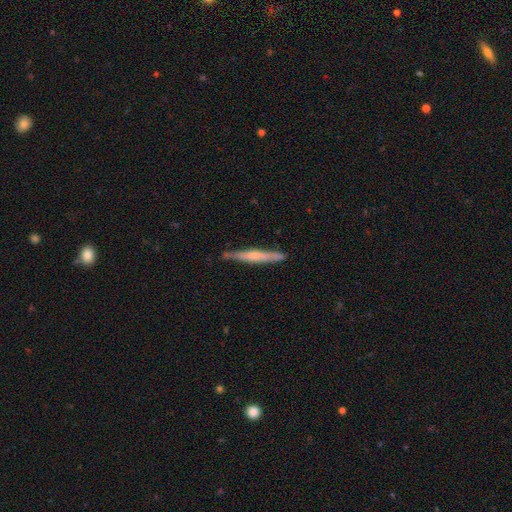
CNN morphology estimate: Smooth or featured? Predicted: featured or disk (p=0.51). Edge-on disk? Predicted: yes (p=0.95). Merging? Predicted: none (p=0.83).